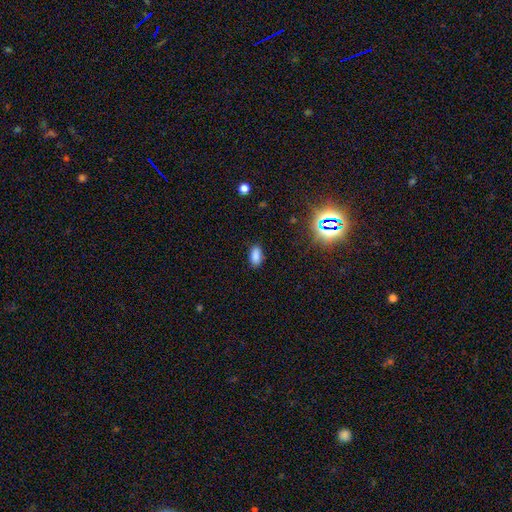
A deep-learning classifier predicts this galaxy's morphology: Smooth or featured?
  - smooth: 82% *
  - star or artifact: 14%
  - featured or disk: 5%
How rounded?
  - in between: 90% *
  - cigar-shaped: 6%
  - round: 5%
Merging?
  - none: 85% *
  - minor disturbance: 11%
  - major disturbance: 3%
  - merger: 1%